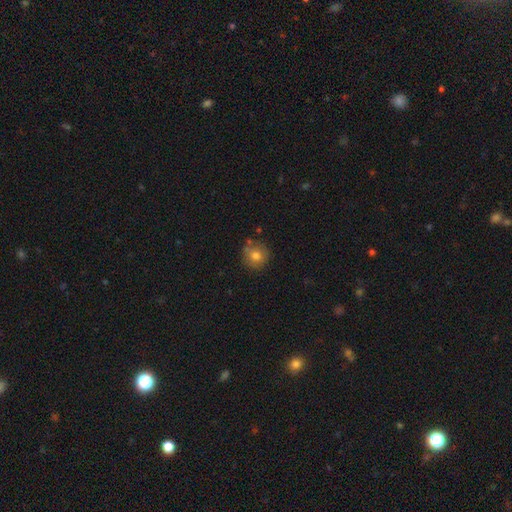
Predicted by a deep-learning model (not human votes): smooth_or_featured: smooth (p=0.76) [alt: featured or disk p=0.13]
how_rounded: round (p=0.92) [alt: in between p=0.07]
merging: none (p=0.78) [alt: minor disturbance p=0.12]